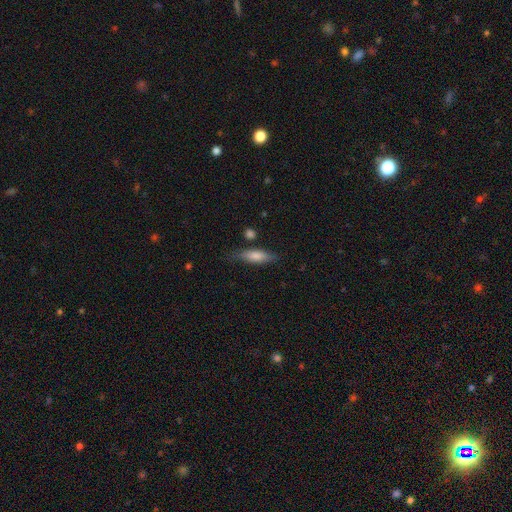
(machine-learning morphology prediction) This is likely a smooth galaxy (68%). How rounded: likely cigar-shaped (62%). Merging: likely none (73%).